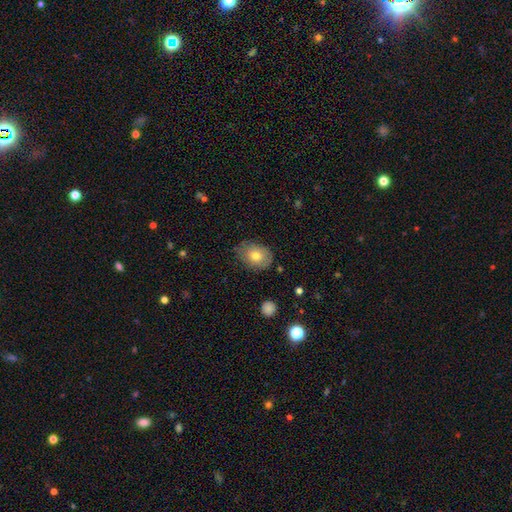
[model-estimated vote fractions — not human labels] smooth 73%, featured or disk 19%, star or artifact 8%. Down the decision tree: how rounded — in between (69%); merging — none (75%).